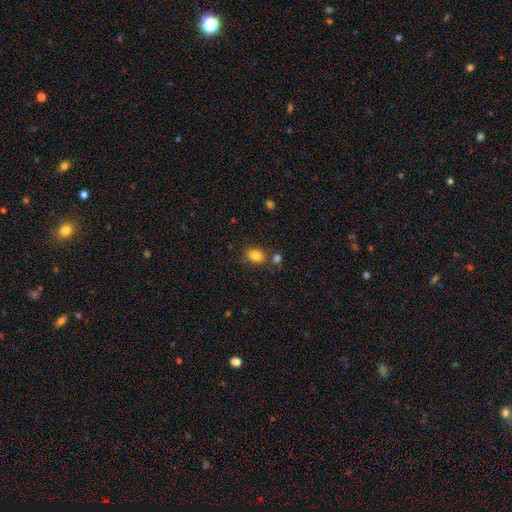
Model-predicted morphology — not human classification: Smooth or featured? Predicted: smooth (p=0.83). How rounded? Predicted: in between (p=0.62). Merging? Predicted: none (p=0.70).